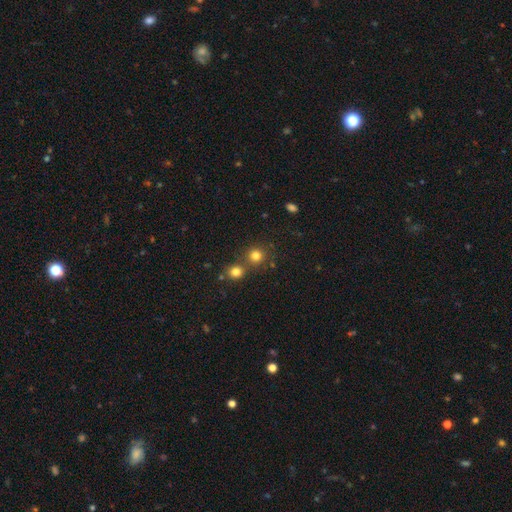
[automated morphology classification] Smooth or featured? smooth (78%)
How rounded? round (90%)
Merging? none (67%)